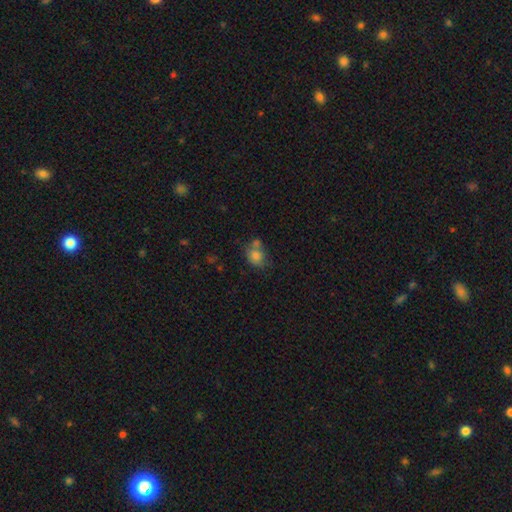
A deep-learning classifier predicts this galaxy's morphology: The model was most divided on "how rounded": round: 55%, in between: 44%, cigar-shaped: 1%. Remaining: smooth or featured — smooth (76%); merging — none (44%).